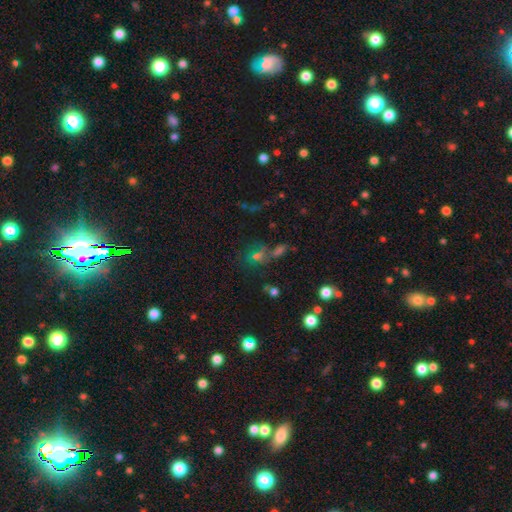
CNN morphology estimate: Smooth or featured: star or artifact — 41% (smooth — 40%)